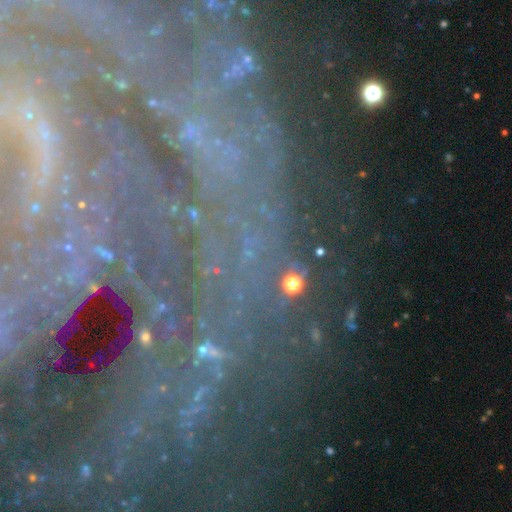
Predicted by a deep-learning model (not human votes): A featured or disk galaxy (49%).

Vote fractions:
- Smooth or featured? featured or disk: 49% / star or artifact: 37% / smooth: 14%
- Merging? none: 69% / minor disturbance: 15% / major disturbance: 10% / merger: 5%